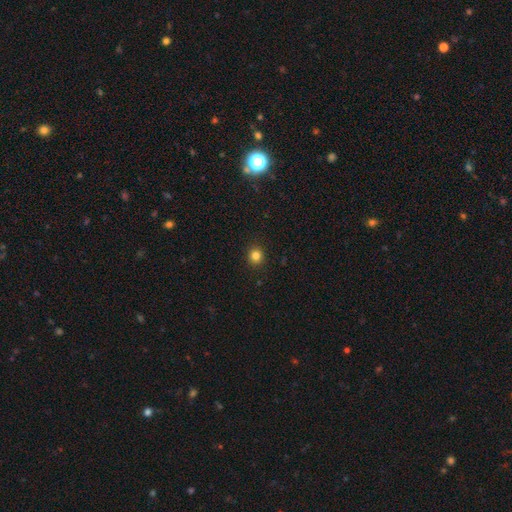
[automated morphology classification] type=smooth (82%); roundness=round (90%); merging=none (92%).